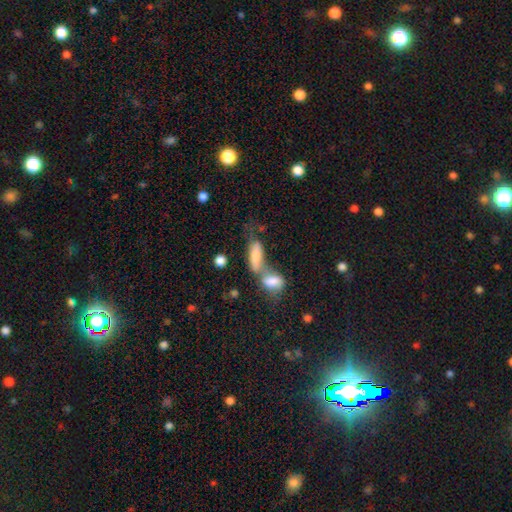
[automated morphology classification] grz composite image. It shows a smooth galaxy with no disk features (74%) that is in between round and cigar-shaped (69%). Merging: merger (69%).